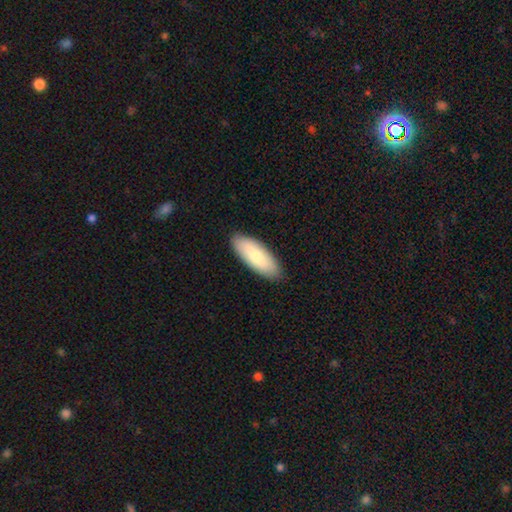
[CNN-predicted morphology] Smooth or featured?
  - smooth: 80% *
  - featured or disk: 15%
  - star or artifact: 5%
How rounded?
  - in between: 73% *
  - cigar-shaped: 26%
  - round: 2%
Merging?
  - none: 89% *
  - minor disturbance: 9%
  - major disturbance: 2%
  - merger: 1%